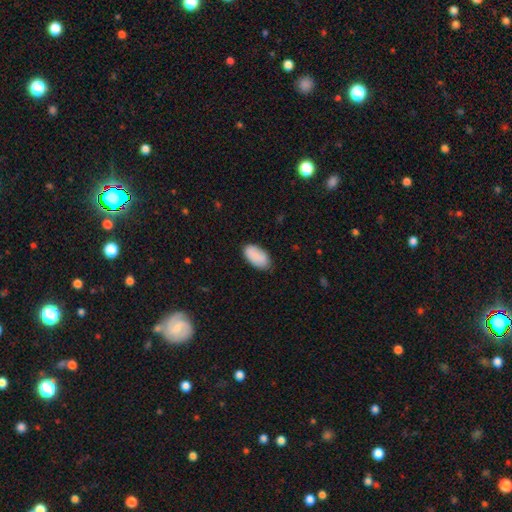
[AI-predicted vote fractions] Smooth or featured?
  - smooth: 89% *
  - star or artifact: 6%
  - featured or disk: 5%
How rounded?
  - in between: 95% *
  - round: 3%
  - cigar-shaped: 2%
Merging?
  - none: 78% *
  - minor disturbance: 18%
  - major disturbance: 3%
  - merger: 1%